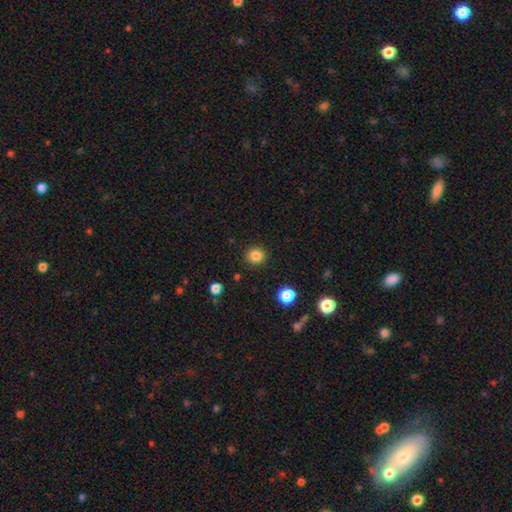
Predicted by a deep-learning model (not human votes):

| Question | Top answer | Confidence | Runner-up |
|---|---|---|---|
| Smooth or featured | smooth | 85% | star or artifact (11%) |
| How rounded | round | 87% | in between (12%) |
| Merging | none | 90% | minor disturbance (6%) |